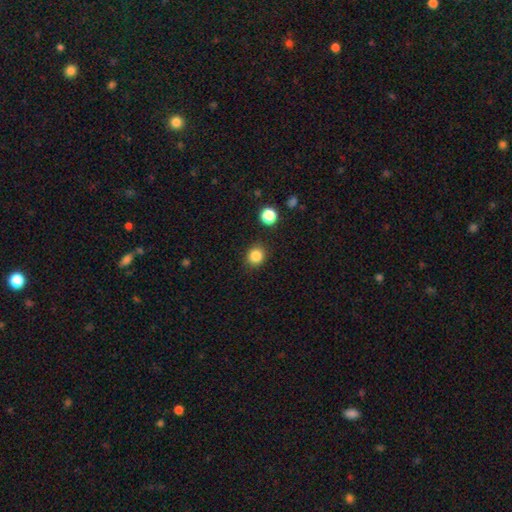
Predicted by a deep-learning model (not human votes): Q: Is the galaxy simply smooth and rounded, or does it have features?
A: smooth — 85%.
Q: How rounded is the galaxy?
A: round — 80%.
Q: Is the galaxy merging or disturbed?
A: none — 87%.